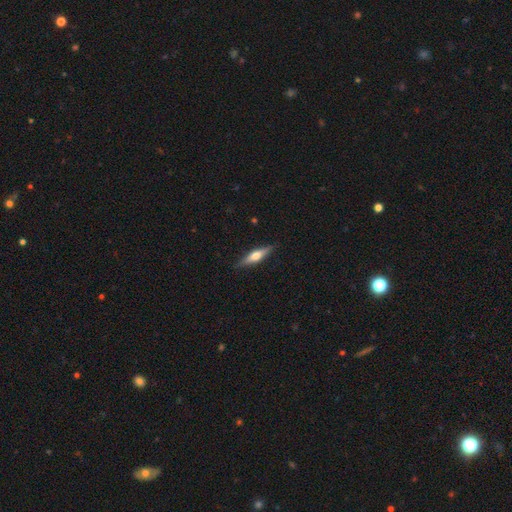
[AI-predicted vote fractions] This is possibly a featured or disk galaxy (56%). It is clearly viewed edge-on (95%). Edge-on bulge: clearly rounded (91%). Merging: clearly none (88%).